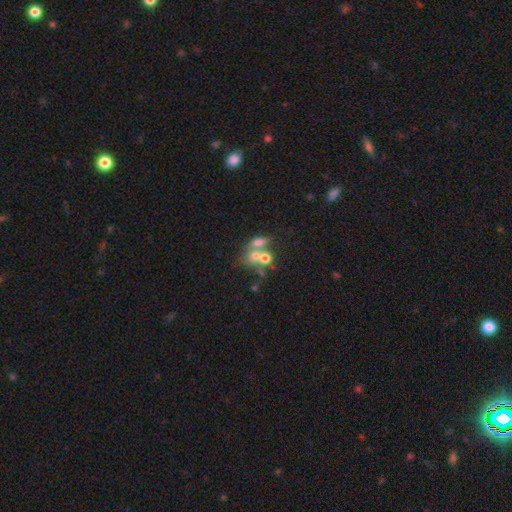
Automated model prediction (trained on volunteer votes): This is possibly a smooth galaxy (56%). How rounded: possibly round (54%). Merging: possibly merger (58%).